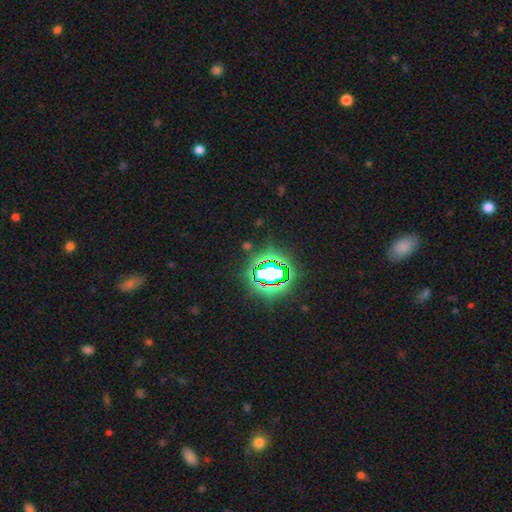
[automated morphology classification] type=star or artifact (80%).